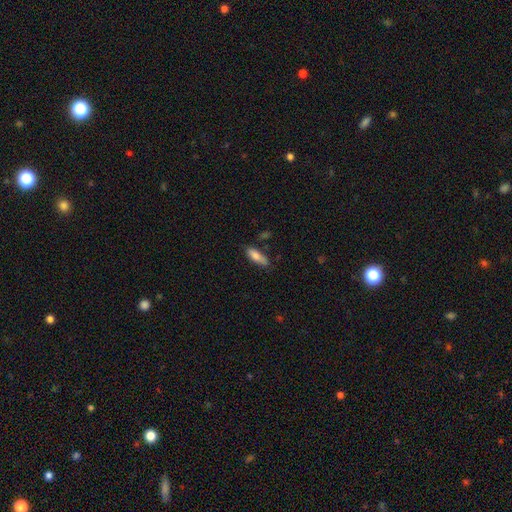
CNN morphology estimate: Smooth or featured?
  - smooth: 81% *
  - featured or disk: 13%
  - star or artifact: 7%
How rounded?
  - in between: 55% *
  - cigar-shaped: 43%
  - round: 2%
Merging?
  - none: 68% *
  - minor disturbance: 23%
  - major disturbance: 5%
  - merger: 4%